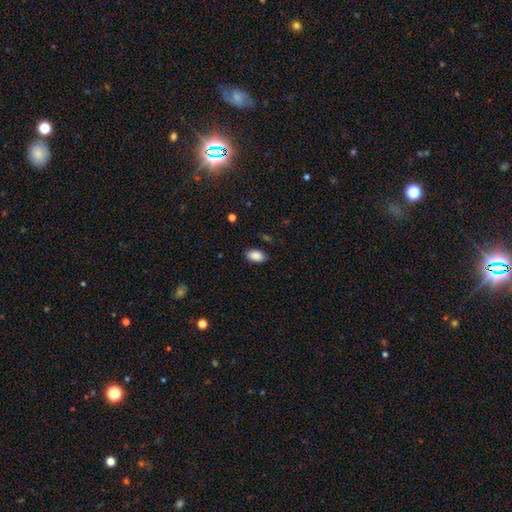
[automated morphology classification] A smooth galaxy with no disk features (88%) that is in between round and cigar-shaped (92%).

Vote fractions:
- Smooth or featured? smooth: 88% / star or artifact: 7% / featured or disk: 4%
- How rounded? in between: 92% / round: 7% / cigar-shaped: 1%
- Merging? none: 84% / minor disturbance: 12% / major disturbance: 3% / merger: 1%